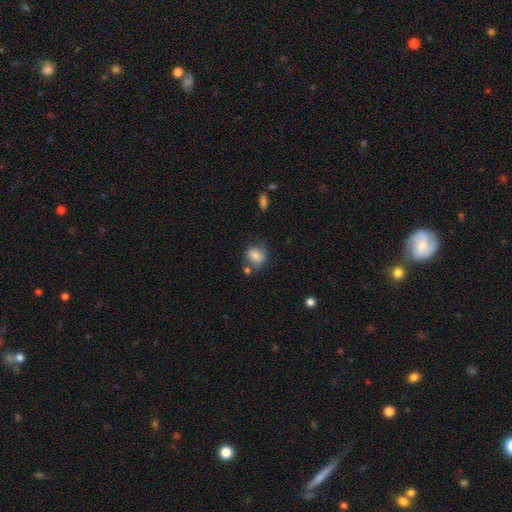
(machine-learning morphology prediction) Overall: smooth (79%). How rounded: round (56%; in between 43%). Merging: none (60%).